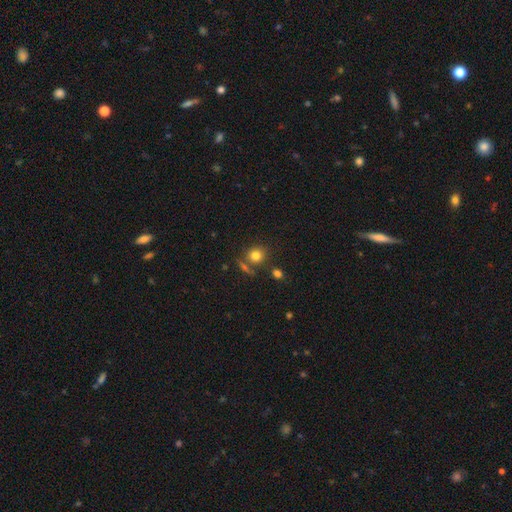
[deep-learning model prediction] This is likely a smooth galaxy (78%). How rounded: clearly round (83%). Merging: likely none (72%).